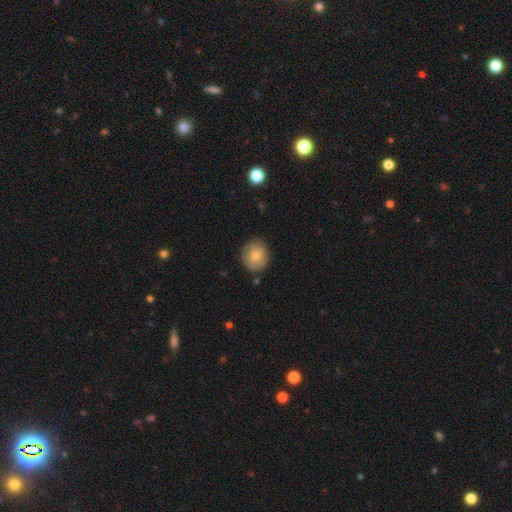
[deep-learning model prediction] This is clearly a smooth galaxy (82%). How rounded: likely round (69%). Merging: clearly none (82%).